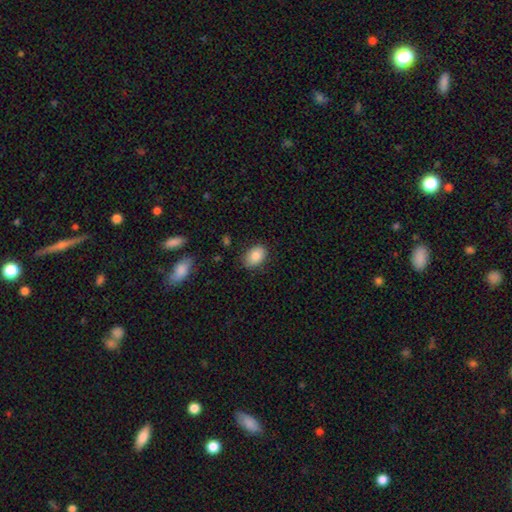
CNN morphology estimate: A smooth galaxy with no disk features (84%) that is in between round and cigar-shaped (84%). Merging: none (83%).